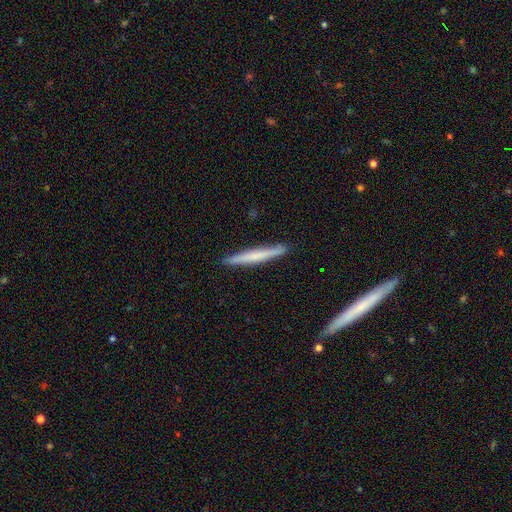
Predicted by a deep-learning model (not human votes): smooth-or-featured: smooth: 54% | featured or disk: 40% | star or artifact: 6%
  how-rounded: cigar-shaped: 96% | in between: 2% | round: 1%
  merging: none: 89% | minor disturbance: 8% | merger: 2% | major disturbance: 1%